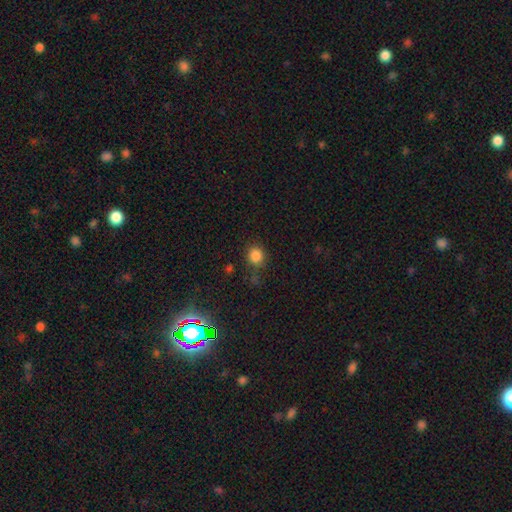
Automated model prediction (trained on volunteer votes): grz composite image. It shows a smooth galaxy with no disk features (83%) that is round (85%). Merging: none (75%).